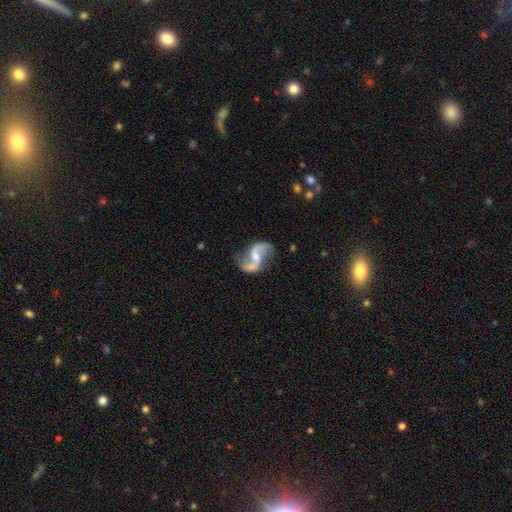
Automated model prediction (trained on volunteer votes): Smooth or featured?
  - featured or disk: 89% *
  - smooth: 6%
  - star or artifact: 5%
Edge-on disk?
  - no: 98% *
  - yes: 2%
Bar?
  - weak: 47% *
  - no: 34%
  - strong: 19%
Spiral arms?
  - yes: 96% *
  - no: 4%
Spiral winding?
  - loose: 74% *
  - medium: 22%
  - tight: 4%
Spiral arm count?
  - 2: 93% *
  - 1: 2%
  - can't tell: 2%
  - 3: 1%
  - 4: 1%
  - more than 4: 1%
Bulge size?
  - small: 45% *
  - moderate: 37%
  - none: 14%
  - large: 3%
  - dominant: 1%
Merging?
  - none: 70% *
  - minor disturbance: 16%
  - major disturbance: 8%
  - merger: 5%